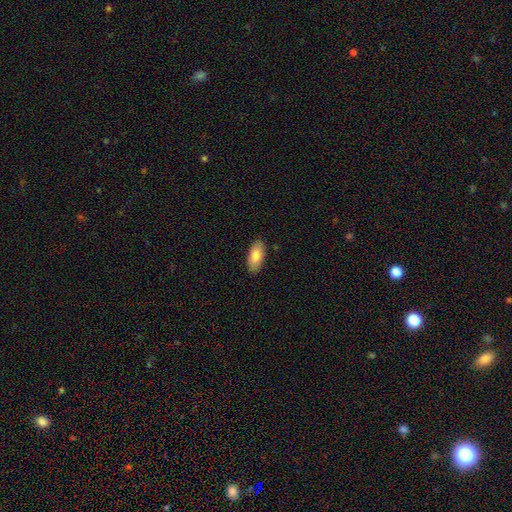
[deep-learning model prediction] This is clearly a smooth galaxy (82%). How rounded: clearly in between (89%). Merging: clearly none (88%).